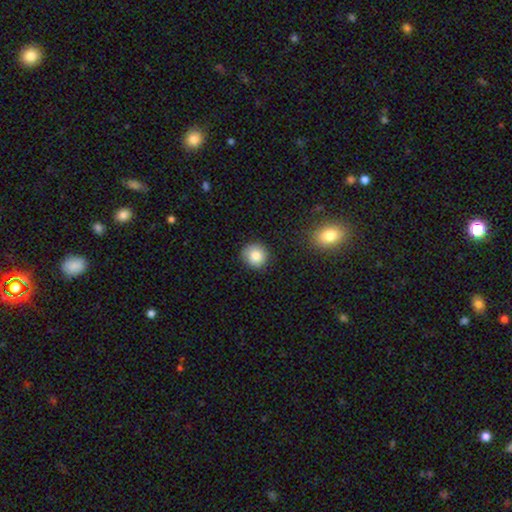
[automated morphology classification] Q: Smooth or featured?
A: smooth (84%); runner-up: star or artifact (10%)
Q: How rounded?
A: round (91%); runner-up: in between (8%)
Q: Merging?
A: none (85%); runner-up: minor disturbance (11%)